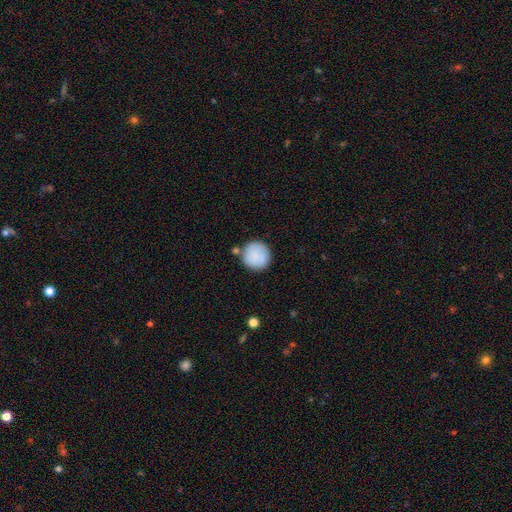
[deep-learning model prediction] Morphology: type=smooth (88%); roundness=round (94%); merging=none (78%).